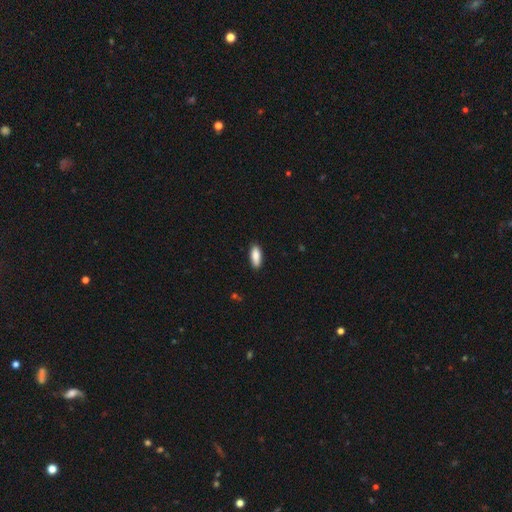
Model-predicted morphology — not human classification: Smooth or featured: smooth — 88% (star or artifact — 6%)
How rounded: in between — 73% (cigar-shaped — 25%)
Merging: none — 88% (minor disturbance — 9%)